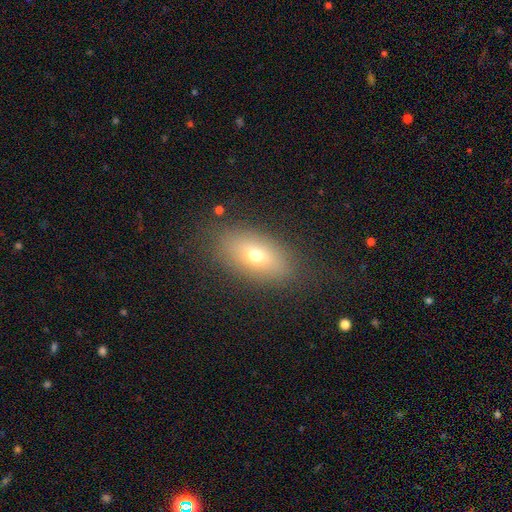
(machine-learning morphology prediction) smooth_or_featured: smooth (p=0.65) [alt: featured or disk p=0.23]
how_rounded: in between (p=0.84) [alt: round p=0.09]
merging: none (p=0.82) [alt: minor disturbance p=0.11]